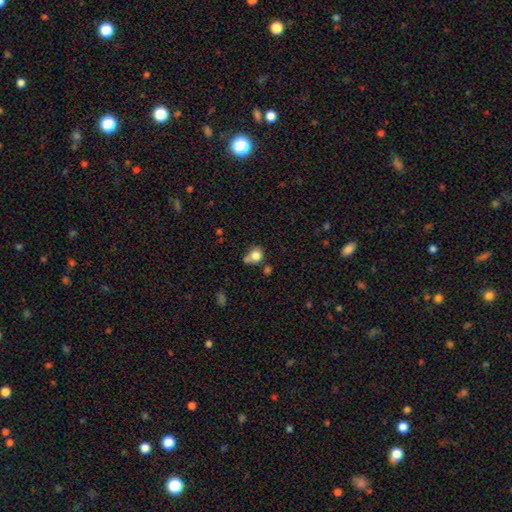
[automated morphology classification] smooth-or-featured: smooth: 81% | star or artifact: 10% | featured or disk: 9%
  how-rounded: round: 73% | in between: 26% | cigar-shaped: 1%
  merging: none: 47% | merger: 24% | minor disturbance: 21% | major disturbance: 8%